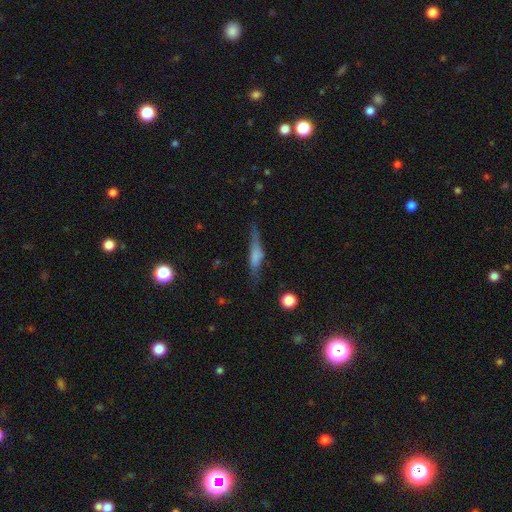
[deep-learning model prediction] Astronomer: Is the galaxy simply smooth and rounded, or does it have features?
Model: smooth — 49% (runner-up: featured or disk, 42%).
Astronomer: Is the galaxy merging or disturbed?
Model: none — 62%.